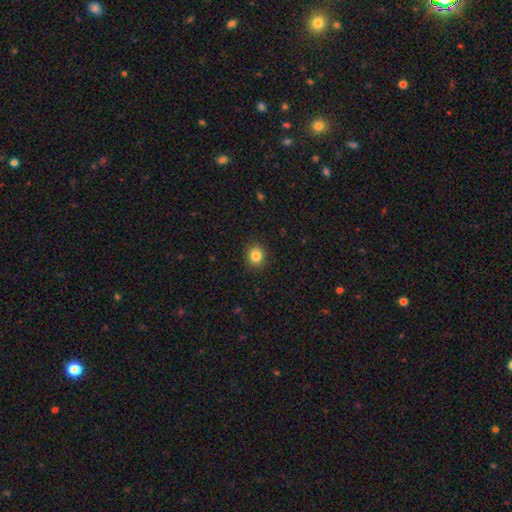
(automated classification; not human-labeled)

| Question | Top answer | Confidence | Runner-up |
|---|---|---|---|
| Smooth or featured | smooth | 84% | star or artifact (11%) |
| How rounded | round | 83% | in between (16%) |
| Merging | none | 91% | minor disturbance (6%) |